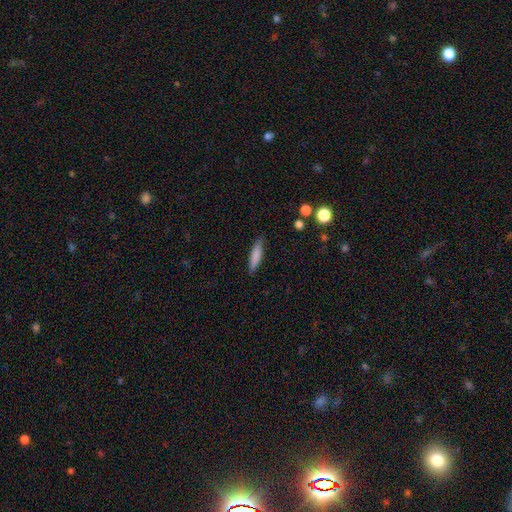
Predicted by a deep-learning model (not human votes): A smooth galaxy with no disk features (81%) that is cigar-shaped (75%). Merging: none (85%).